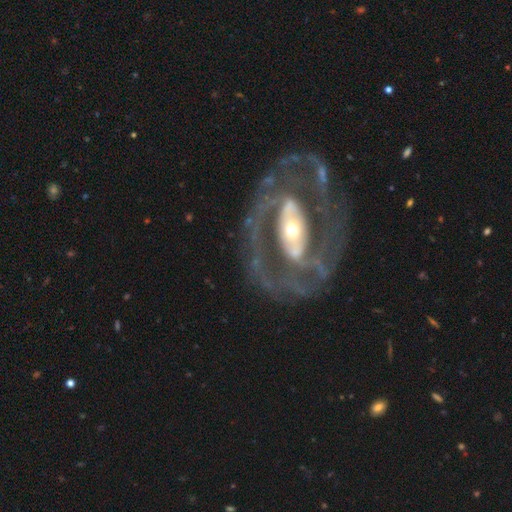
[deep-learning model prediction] Smooth or featured? Predicted: featured or disk (p=0.87). Edge-on disk? Predicted: no (p=0.94). Bar? Predicted: strong (p=0.51). Spiral arms? Predicted: yes (p=0.78). Spiral winding? Predicted: tight (p=0.49). Spiral arm count? Predicted: 2 (p=0.65). Bulge size? Predicted: small (p=0.48). Merging? Predicted: none (p=0.68).